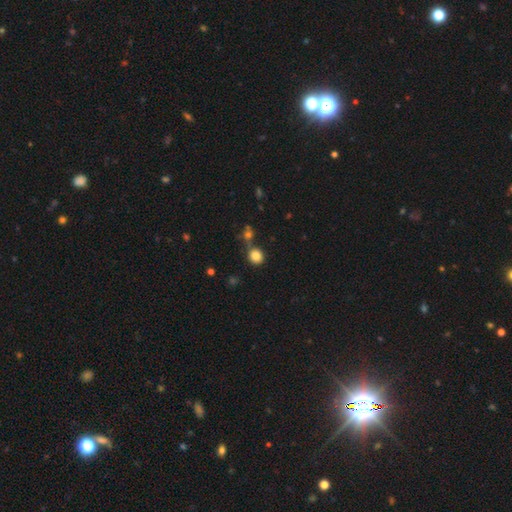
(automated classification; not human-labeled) A smooth galaxy with no disk features (83%) that is round (84%). Merging: none (68%).